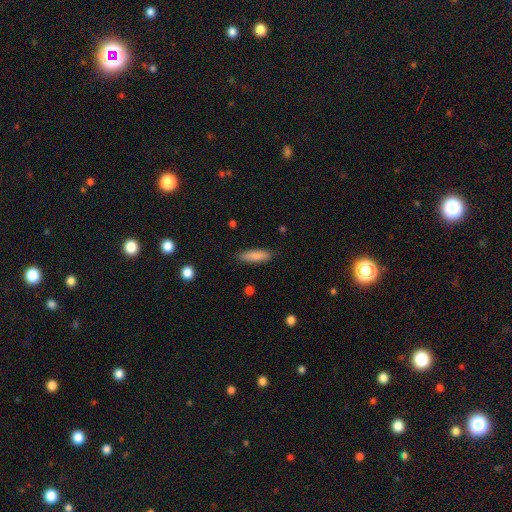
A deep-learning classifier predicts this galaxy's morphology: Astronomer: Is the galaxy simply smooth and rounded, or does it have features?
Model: smooth — 86%.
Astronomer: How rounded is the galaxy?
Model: cigar-shaped — 61% (runner-up: in between, 37%).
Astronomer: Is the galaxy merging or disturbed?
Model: none — 86%.